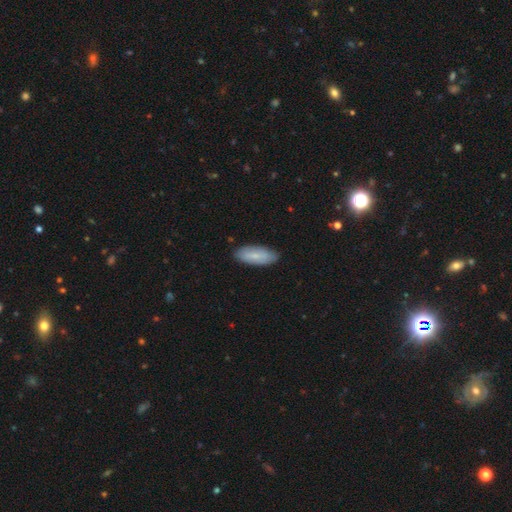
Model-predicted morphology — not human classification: Q: Smooth or featured?
A: smooth (71%); runner-up: featured or disk (23%)
Q: How rounded?
A: in between (75%); runner-up: cigar-shaped (23%)
Q: Merging?
A: none (86%); runner-up: minor disturbance (11%)